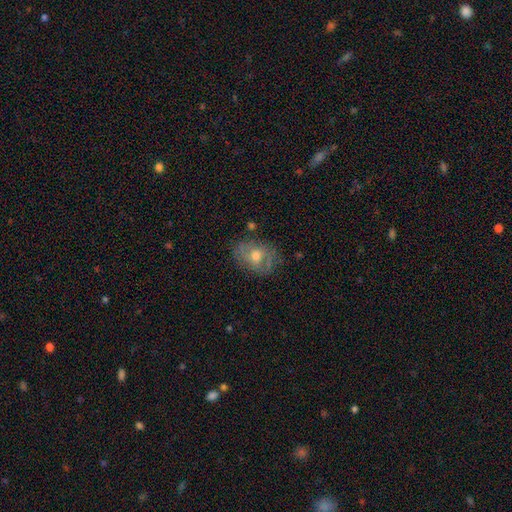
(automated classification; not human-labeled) Overall: featured or disk (54%; smooth 36%). Edge-on disk: no (94%). Bar: no (66%; weak 27%). Spiral arms: yes (54%; no 46%). Bulge size: moderate (71%). Merging: none (69%).